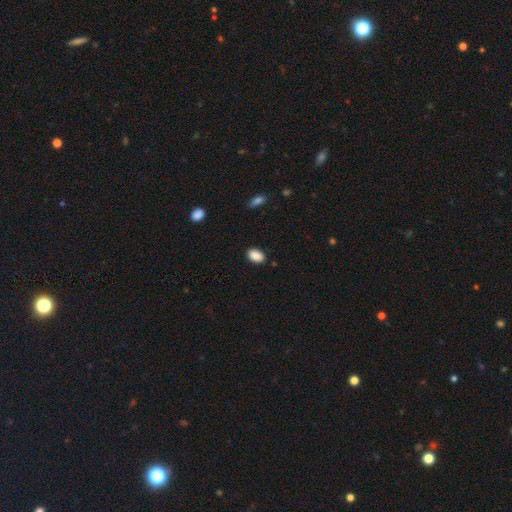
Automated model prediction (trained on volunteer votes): smooth 89%, star or artifact 7%, featured or disk 4%. Down the decision tree: how rounded — in between (90%); merging — none (87%).